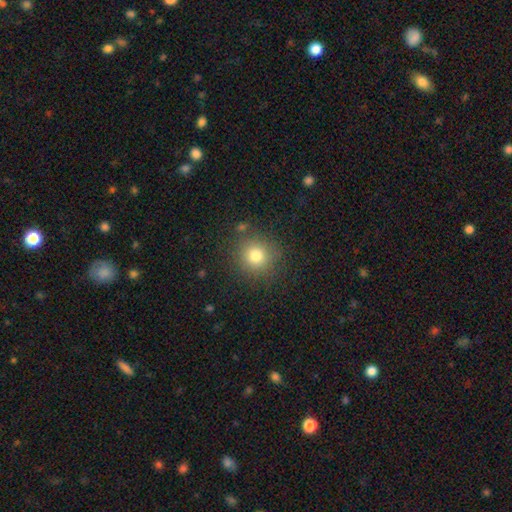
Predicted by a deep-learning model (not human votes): Q: Smooth or featured?
A: smooth (77%); runner-up: star or artifact (14%)
Q: How rounded?
A: round (92%); runner-up: in between (7%)
Q: Merging?
A: none (85%); runner-up: minor disturbance (9%)